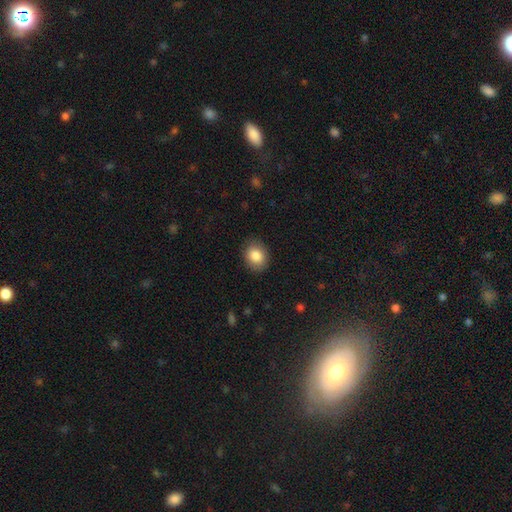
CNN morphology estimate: smooth-or-featured: smooth: 85% | star or artifact: 8% | featured or disk: 7%
  how-rounded: round: 50% | in between: 49% | cigar-shaped: 1%
  merging: none: 87% | minor disturbance: 10% | major disturbance: 3% | merger: 1%